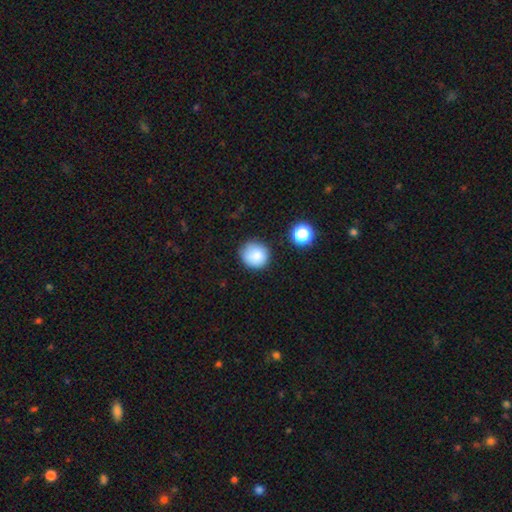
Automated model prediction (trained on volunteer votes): Morphology: type=smooth (85%); roundness=round (90%); merging=none (83%).